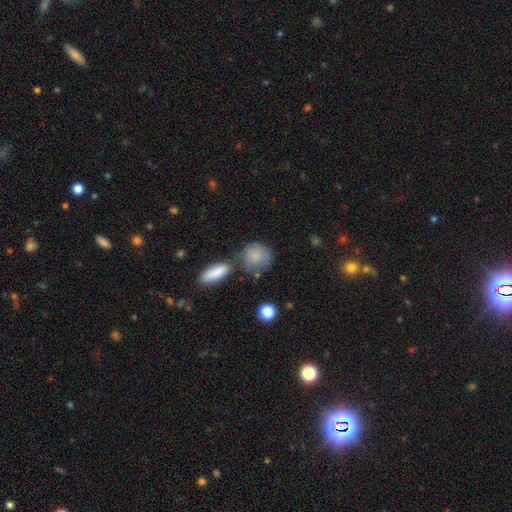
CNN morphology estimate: This is clearly a smooth galaxy (83%). How rounded: likely round (78%). Merging: possibly none (57%).